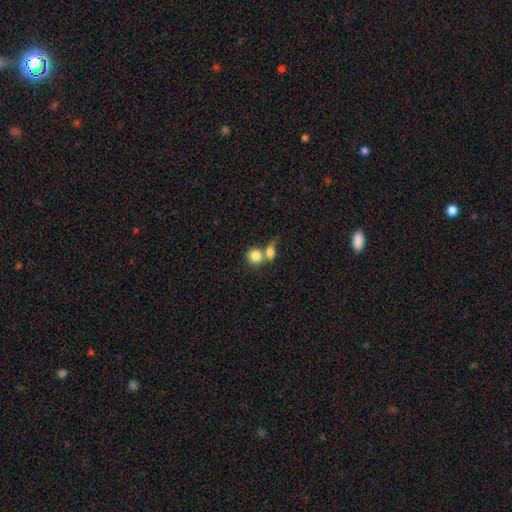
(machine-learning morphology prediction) A smooth galaxy with no disk features (83%) that is round (76%). Merging: merger (57%).